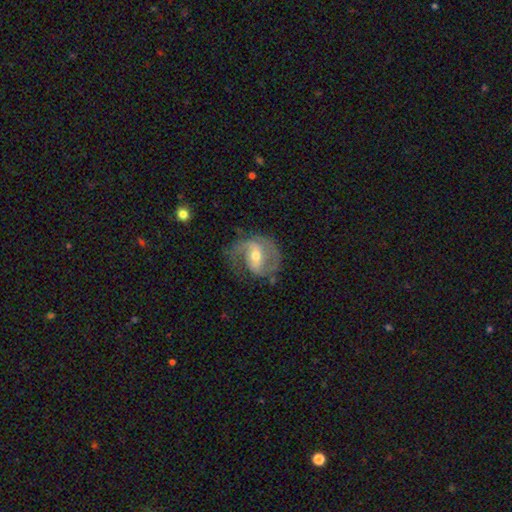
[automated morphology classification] Smooth or featured: featured or disk — 83% (smooth — 12%)
Edge-on disk: no — 97% (yes — 3%)
Bar: weak — 43% (strong — 39%)
Spiral arms: yes — 92% (no — 8%)
Spiral winding: medium — 50% (loose — 28%)
Spiral arm count: 2 — 79% (1 — 10%)
Bulge size: moderate — 60% (small — 35%)
Merging: none — 61% (minor disturbance — 22%)